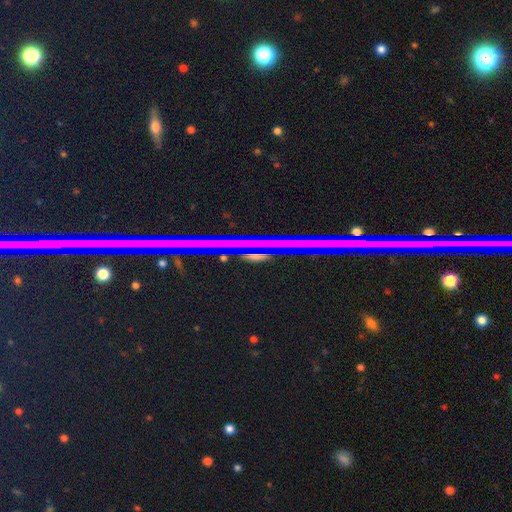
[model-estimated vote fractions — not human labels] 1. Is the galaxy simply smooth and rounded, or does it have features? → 72% star or artifact, 14% smooth, 14% featured or disk.